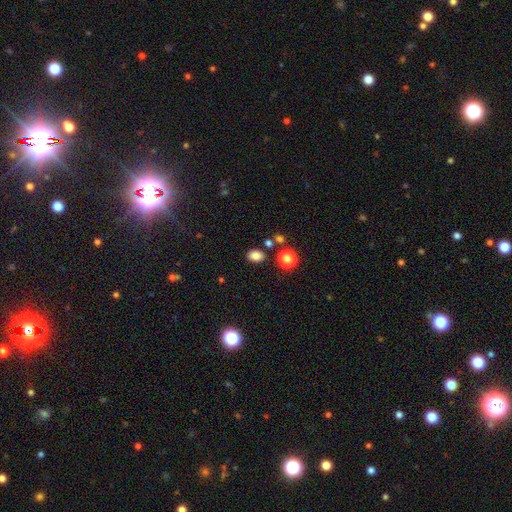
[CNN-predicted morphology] Q: Smooth or featured?
A: smooth (82%); runner-up: star or artifact (13%)
Q: How rounded?
A: in between (71%); runner-up: round (28%)
Q: Merging?
A: none (81%); runner-up: minor disturbance (10%)